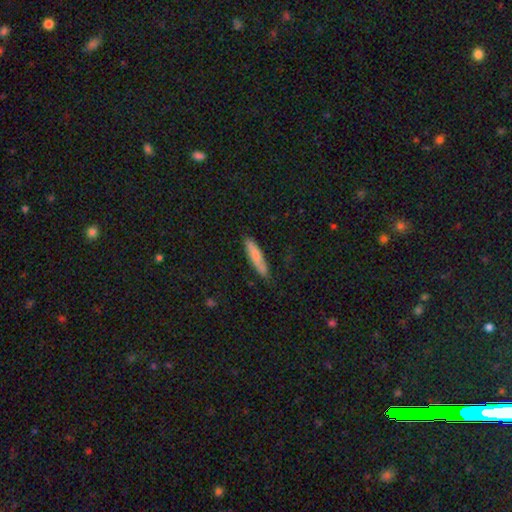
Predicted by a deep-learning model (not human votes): Smooth or featured? Predicted: smooth (p=0.76). How rounded? Predicted: cigar-shaped (p=0.82). Merging? Predicted: none (p=0.82).